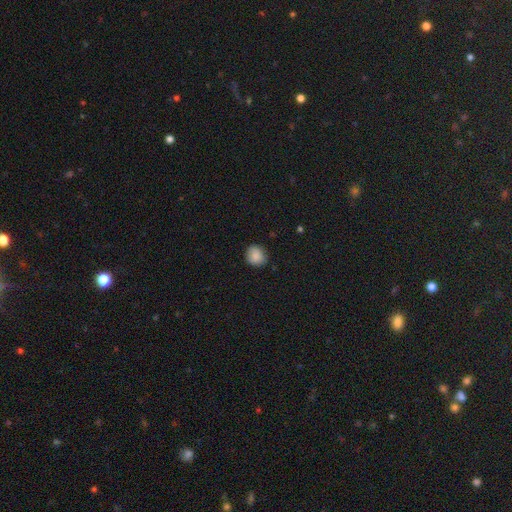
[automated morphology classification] This is clearly a smooth galaxy (87%). How rounded: clearly round (82%). Merging: clearly none (84%).